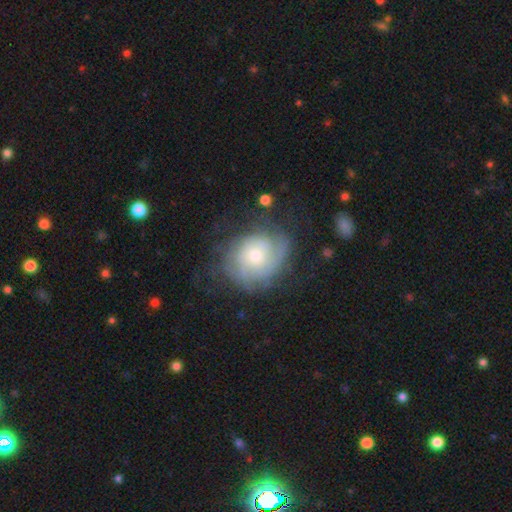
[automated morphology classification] Smooth or featured?
  - featured or disk: 62% *
  - smooth: 31%
  - star or artifact: 7%
Edge-on disk?
  - no: 97% *
  - yes: 3%
Bar?
  - no: 79% *
  - weak: 18%
  - strong: 3%
Spiral arms?
  - yes: 82% *
  - no: 18%
Bulge size?
  - moderate: 49% *
  - small: 37%
  - large: 9%
  - none: 2%
  - dominant: 2%
Merging?
  - none: 58% *
  - minor disturbance: 23%
  - major disturbance: 17%
  - merger: 2%